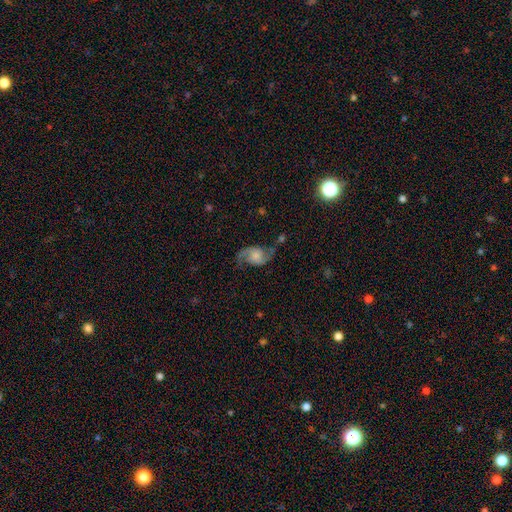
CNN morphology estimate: Smooth or featured: featured or disk — 84% (smooth — 10%)
Edge-on disk: no — 97% (yes — 3%)
Bar: no — 70% (weak — 25%)
Spiral arms: yes — 96% (no — 4%)
Spiral winding: loose — 55% (medium — 36%)
Spiral arm count: 2 — 93% (1 — 2%)
Bulge size: small — 39% (moderate — 32%)
Merging: none — 68% (minor disturbance — 18%)